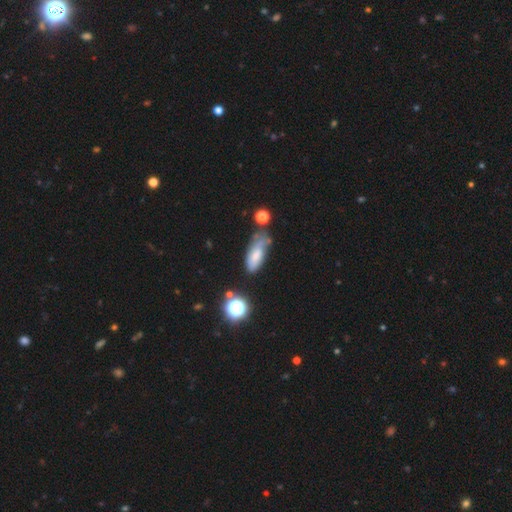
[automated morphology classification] Smooth or featured?
  - smooth: 62% *
  - featured or disk: 27%
  - star or artifact: 11%
How rounded?
  - in between: 79% *
  - cigar-shaped: 18%
  - round: 4%
Merging?
  - none: 38% *
  - minor disturbance: 34%
  - major disturbance: 19%
  - merger: 10%